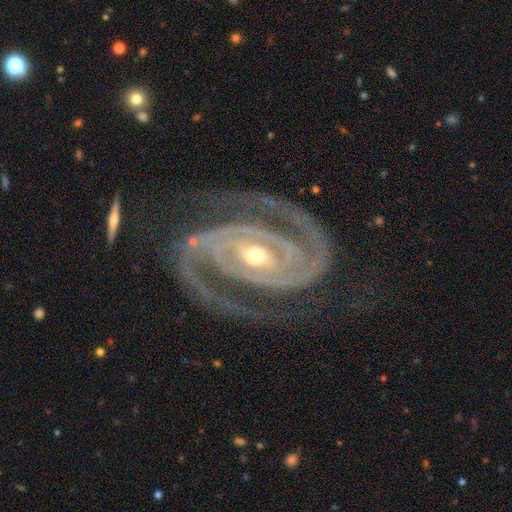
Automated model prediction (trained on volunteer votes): This is clearly a featured or disk galaxy (93%). It is clearly not viewed edge-on (97%). Bar: marginally no (40%). Spiral arm pattern: clearly yes (98%). Spiral arm count: clearly 2 (83%). Spiral winding: possibly tight (57%). Central bulge: possibly moderate (49%). Merging: likely none (71%).